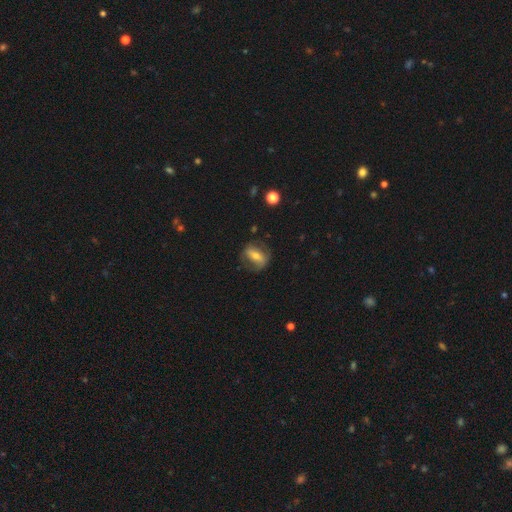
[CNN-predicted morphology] Overall: featured or disk (51%; smooth 41%). Edge-on disk: no (84%). Merging: none (66%).